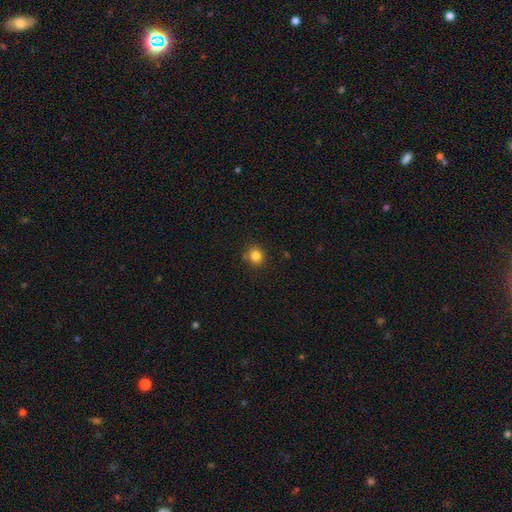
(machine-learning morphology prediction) Smooth or featured? Predicted: smooth (p=0.83). How rounded? Predicted: round (p=0.87). Merging? Predicted: none (p=0.83).